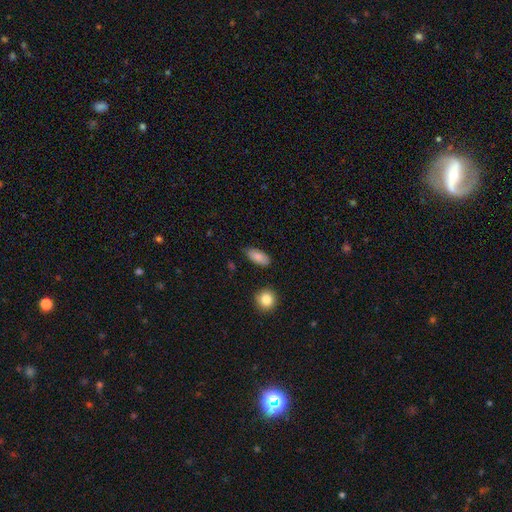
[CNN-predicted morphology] The model was most divided on "merging": none: 83%, minor disturbance: 12%, major disturbance: 2%, merger: 2%. More confident: how rounded — in between (90%); smooth or featured — smooth (85%).